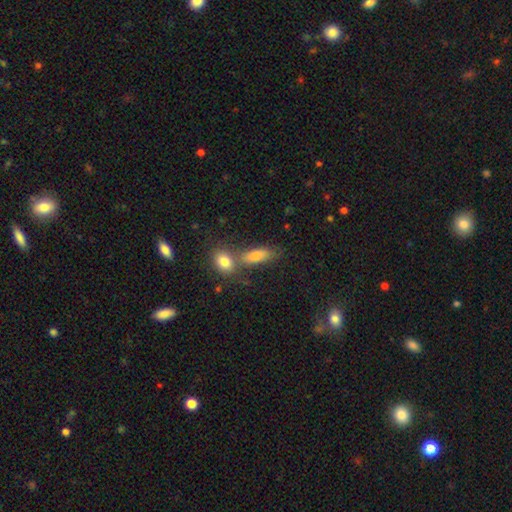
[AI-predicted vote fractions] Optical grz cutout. It shows a smooth galaxy with no disk features (75%) that is in between round and cigar-shaped (72%). Merging: none (50%).